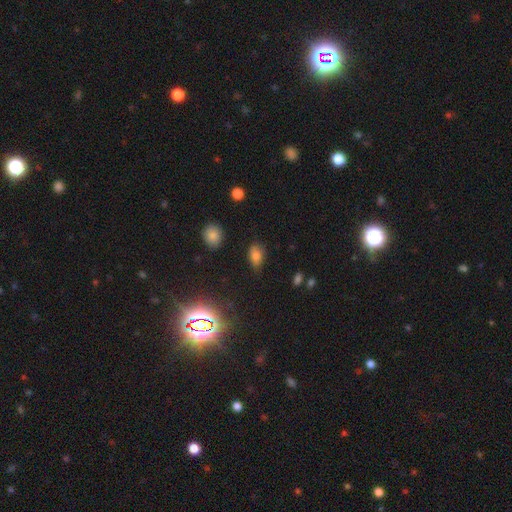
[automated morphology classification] Smooth or featured?
  - smooth: 77% *
  - star or artifact: 15%
  - featured or disk: 8%
How rounded?
  - in between: 86% *
  - round: 12%
  - cigar-shaped: 2%
Merging?
  - none: 69% *
  - minor disturbance: 23%
  - major disturbance: 6%
  - merger: 2%